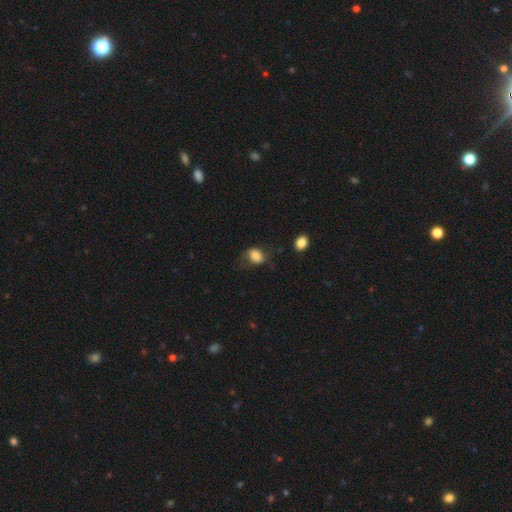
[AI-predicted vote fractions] Smooth or featured: smooth — 79% (featured or disk — 13%)
How rounded: in between — 61% (round — 38%)
Merging: none — 47% (minor disturbance — 30%)